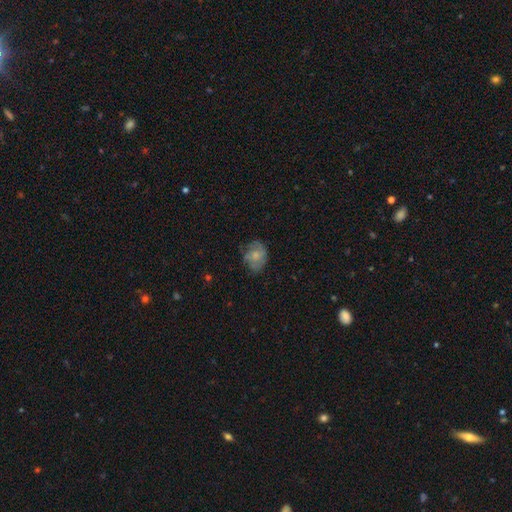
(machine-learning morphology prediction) smooth_or_featured: smooth (p=0.60) [alt: featured or disk p=0.32]
how_rounded: in between (p=0.52) [alt: round p=0.47]
merging: none (p=0.60) [alt: minor disturbance p=0.27]